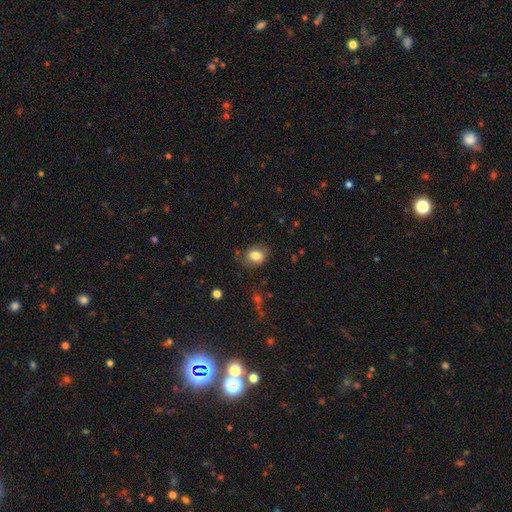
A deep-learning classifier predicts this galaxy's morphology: The model was most divided on "how rounded": in between: 57%, round: 42%, cigar-shaped: 1%. More confident: smooth or featured — smooth (80%); merging — none (72%).